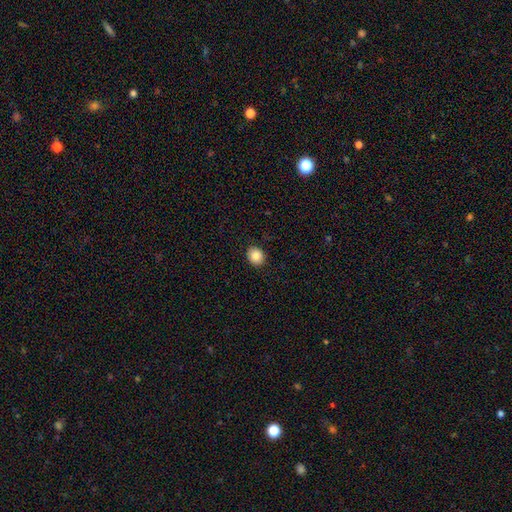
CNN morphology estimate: The model was most divided on "how rounded": round: 66%, in between: 33%, cigar-shaped: 1%. More confident: merging — none (90%); smooth or featured — smooth (85%).